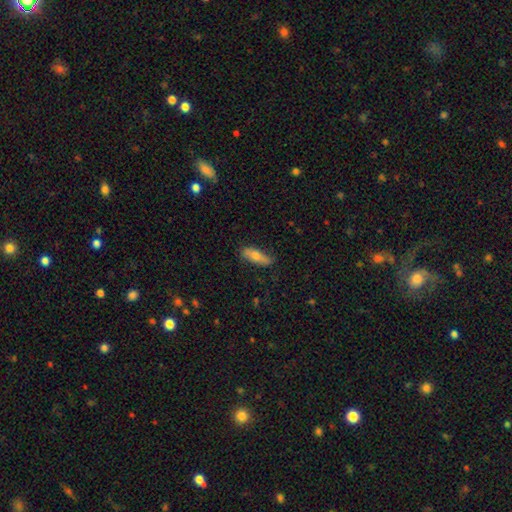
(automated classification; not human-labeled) The model was most divided on "how rounded": in between: 55%, cigar-shaped: 42%, round: 3%. More confident: merging — none (80%); smooth or featured — smooth (65%).